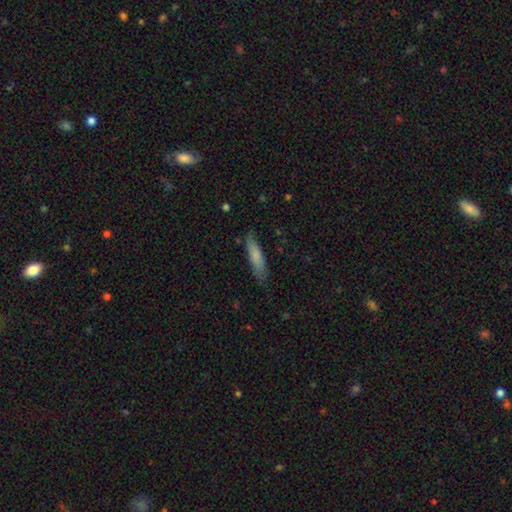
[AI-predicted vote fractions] smooth_or_featured: smooth (p=0.75) [alt: featured or disk p=0.19]
how_rounded: cigar-shaped (p=0.74) [alt: in between p=0.24]
merging: none (p=0.79) [alt: minor disturbance p=0.17]